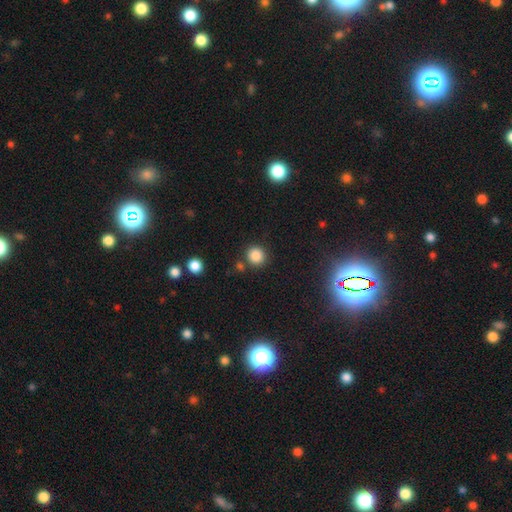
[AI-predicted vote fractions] Smooth or featured? smooth (85%)
How rounded? round (91%)
Merging? none (83%)